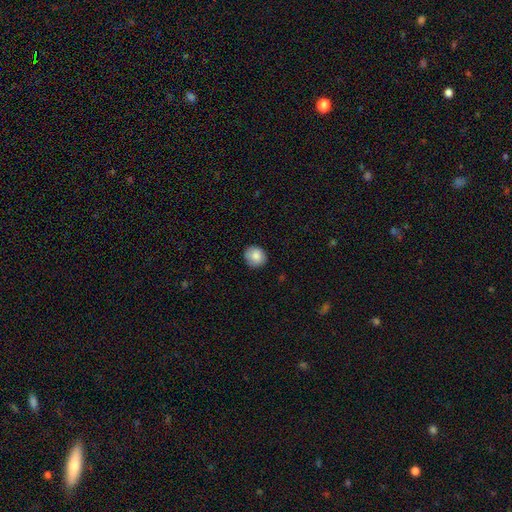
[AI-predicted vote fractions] This is clearly a smooth galaxy (86%). How rounded: clearly round (86%). Merging: clearly none (88%).